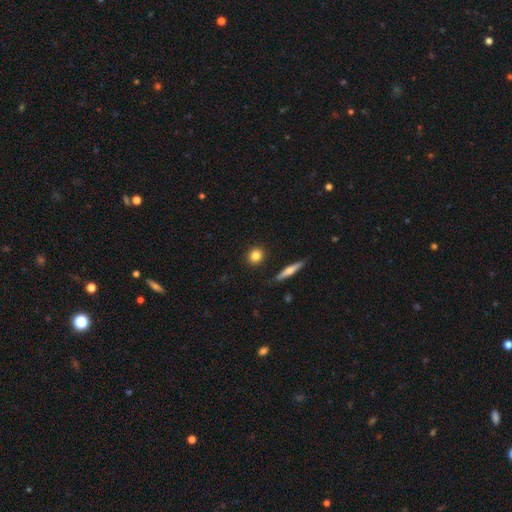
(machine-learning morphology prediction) Q: Smooth or featured?
A: smooth (82%); runner-up: featured or disk (10%)
Q: How rounded?
A: round (83%); runner-up: in between (14%)
Q: Merging?
A: none (90%); runner-up: minor disturbance (6%)